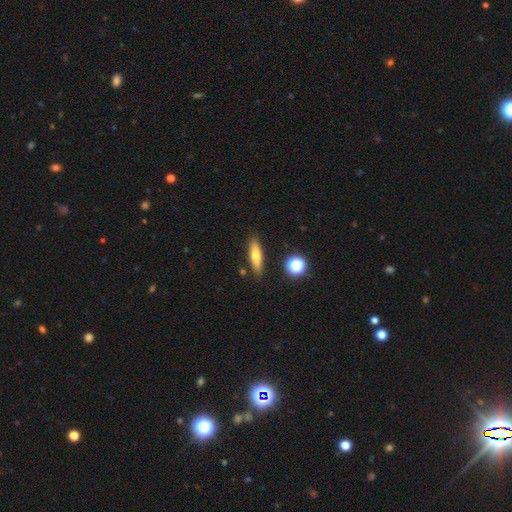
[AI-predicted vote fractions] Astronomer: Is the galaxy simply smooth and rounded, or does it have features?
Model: smooth — 64%.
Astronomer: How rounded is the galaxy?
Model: cigar-shaped — 66%.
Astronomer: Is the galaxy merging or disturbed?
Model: none — 85%.